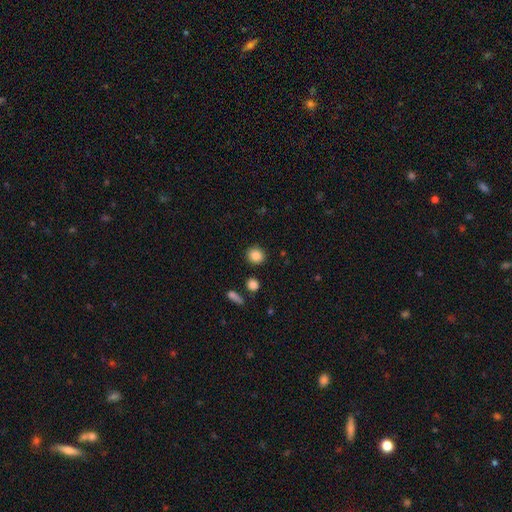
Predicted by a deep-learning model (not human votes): Q: Smooth or featured?
A: smooth (85%); runner-up: star or artifact (9%)
Q: How rounded?
A: round (85%); runner-up: in between (14%)
Q: Merging?
A: none (89%); runner-up: minor disturbance (6%)